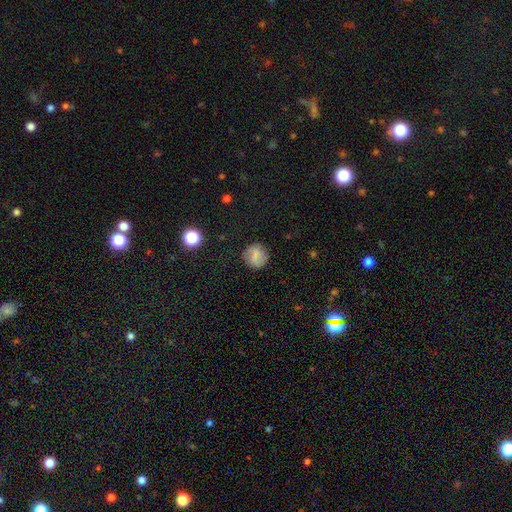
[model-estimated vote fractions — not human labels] smooth-or-featured: smooth: 62% | featured or disk: 28% | star or artifact: 10%
  how-rounded: round: 87% | in between: 11% | cigar-shaped: 1%
  merging: none: 85% | minor disturbance: 10% | major disturbance: 4% | merger: 1%